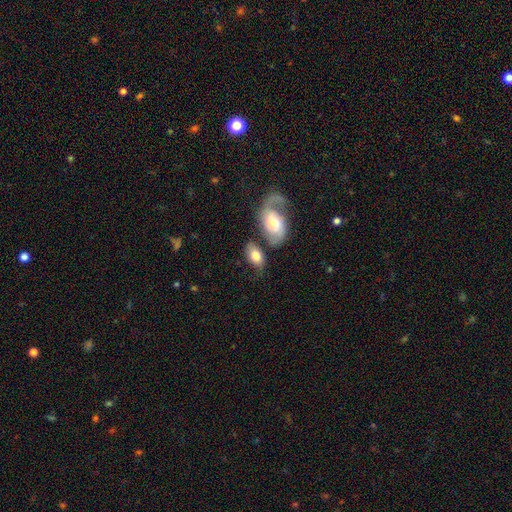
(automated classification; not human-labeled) Smooth or featured? Predicted: smooth (p=0.67). How rounded? Predicted: in between (p=0.89). Merging? Predicted: none (p=0.45).